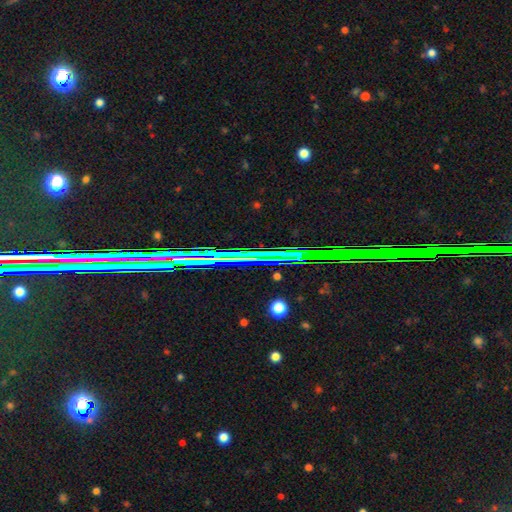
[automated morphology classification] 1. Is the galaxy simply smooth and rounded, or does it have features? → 75% star or artifact, 15% featured or disk, 10% smooth.